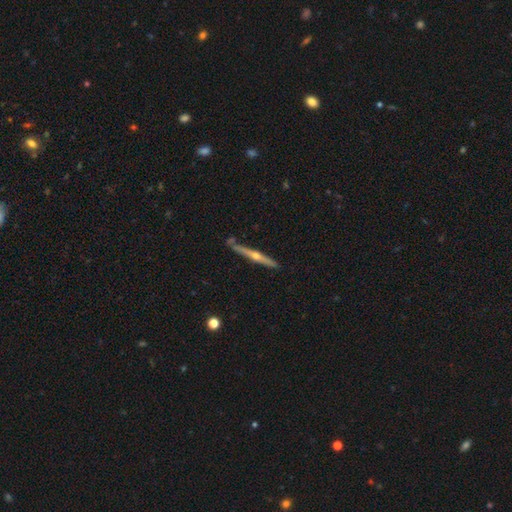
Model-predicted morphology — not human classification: A featured or disk galaxy (76%) viewed edge-on (97%) with a rounded central bulge (88%).

Vote fractions:
- Smooth or featured? featured or disk: 76% / smooth: 19% / star or artifact: 6%
- Edge-on disk? yes: 97% / no: 3%
- Edge-on bulge? rounded: 88% / none: 10% / boxy: 2%
- Merging? none: 85% / minor disturbance: 10% / merger: 3% / major disturbance: 2%